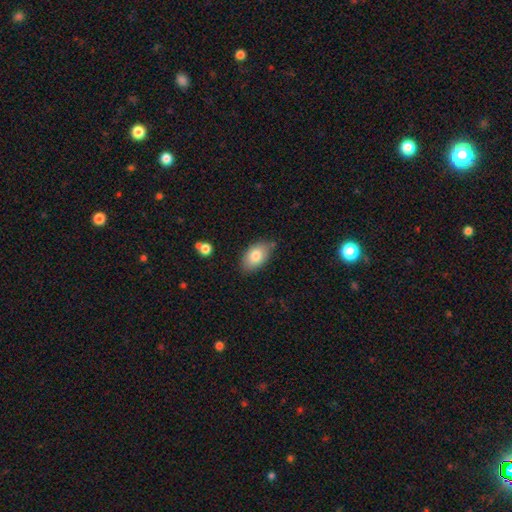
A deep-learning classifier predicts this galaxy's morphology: smooth-or-featured: smooth: 81% | featured or disk: 12% | star or artifact: 7%
  how-rounded: in between: 93% | round: 6% | cigar-shaped: 2%
  merging: none: 76% | minor disturbance: 18% | merger: 3% | major disturbance: 3%